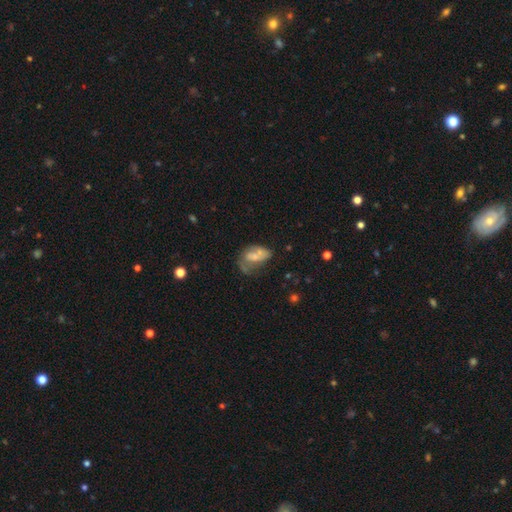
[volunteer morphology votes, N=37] Smooth or featured: smooth — 57% (featured or disk — 38%)
How rounded: in between — 90% (cigar-shaped — 10%)
Merging: major disturbance — 31% (minor disturbance — 26%)